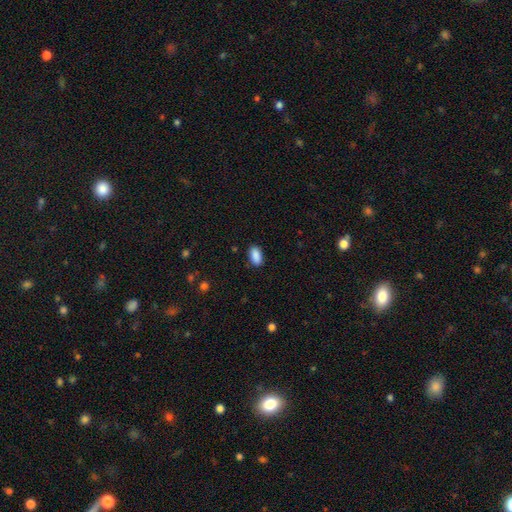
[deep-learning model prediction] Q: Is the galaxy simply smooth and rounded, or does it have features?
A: smooth — 90%.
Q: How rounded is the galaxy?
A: in between — 92%.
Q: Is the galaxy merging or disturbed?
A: none — 88%.